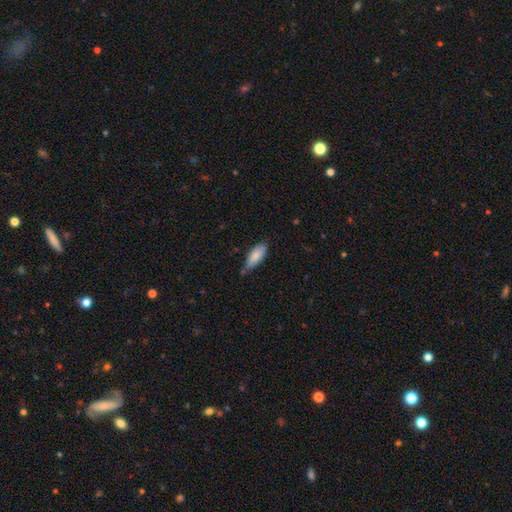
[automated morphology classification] Smooth or featured? Predicted: smooth (p=0.84). How rounded? Predicted: in between (p=0.76). Merging? Predicted: none (p=0.68).